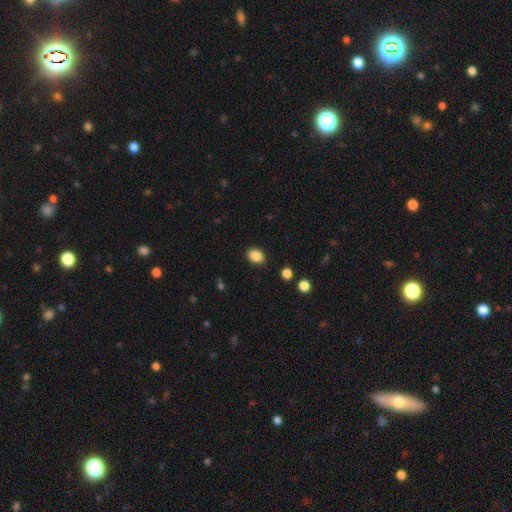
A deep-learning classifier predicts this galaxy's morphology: Overall: smooth (87%). How rounded: in between (68%; round 31%). Merging: none (88%).